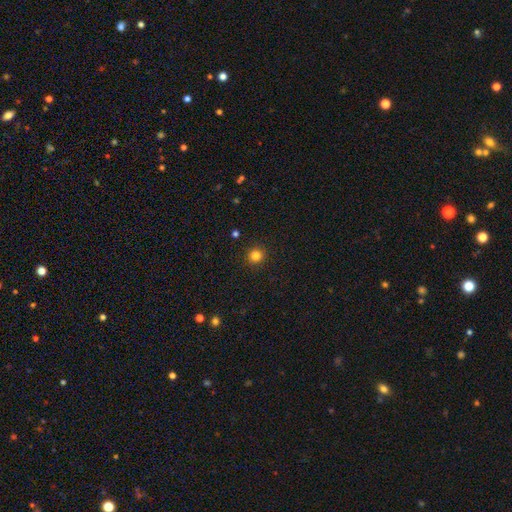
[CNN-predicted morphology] smooth_or_featured: smooth (p=0.83) [alt: star or artifact p=0.13]
how_rounded: round (p=0.93) [alt: in between p=0.06]
merging: none (p=0.92) [alt: minor disturbance p=0.05]